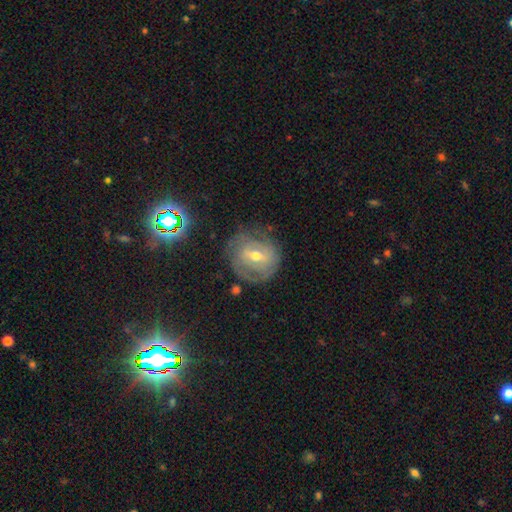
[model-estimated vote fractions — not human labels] A featured or disk galaxy (70%) with a weak bar (50%), tight (63%) spiral arms (79%) and a moderate central bulge (63%). Merging: none (70%).